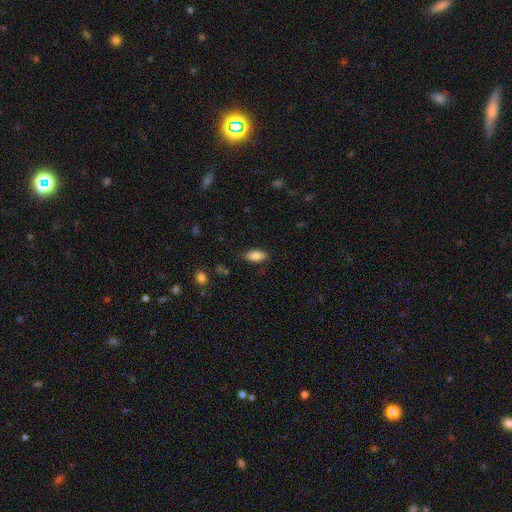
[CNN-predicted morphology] Overall: smooth (85%). How rounded: in between (88%). Merging: none (84%).